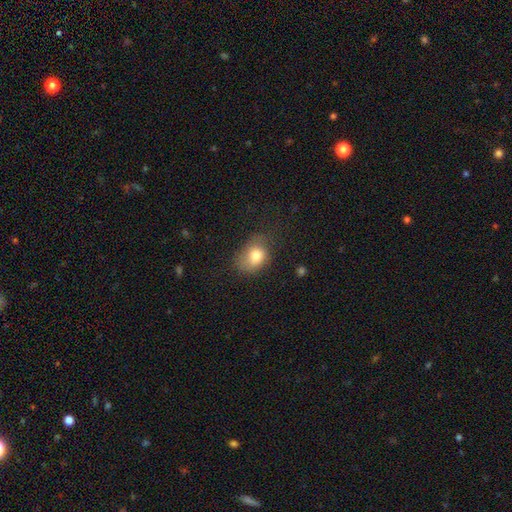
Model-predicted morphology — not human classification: Overall: smooth (78%). How rounded: in between (64%; round 35%). Merging: none (46%; minor disturbance 34%).